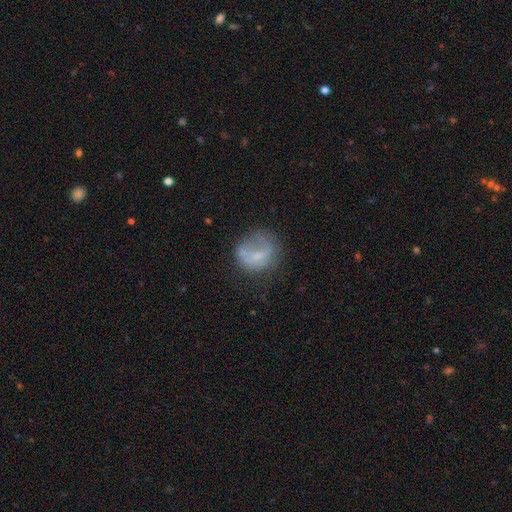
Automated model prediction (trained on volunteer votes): This is possibly a smooth galaxy (51%). How rounded: likely round (77%). Merging: possibly none (46%).